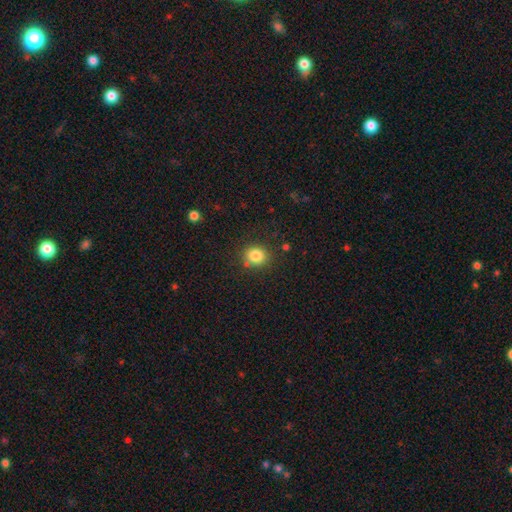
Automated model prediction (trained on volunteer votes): smooth 83%, star or artifact 11%, featured or disk 6%. Down the decision tree: how rounded — round (77%); merging — none (82%).